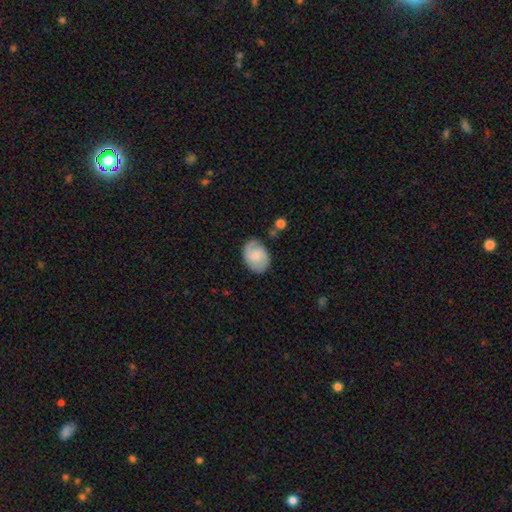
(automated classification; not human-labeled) smooth 64%, featured or disk 30%, star or artifact 7%. Down the decision tree: how rounded — in between (76%); merging — none (75%).